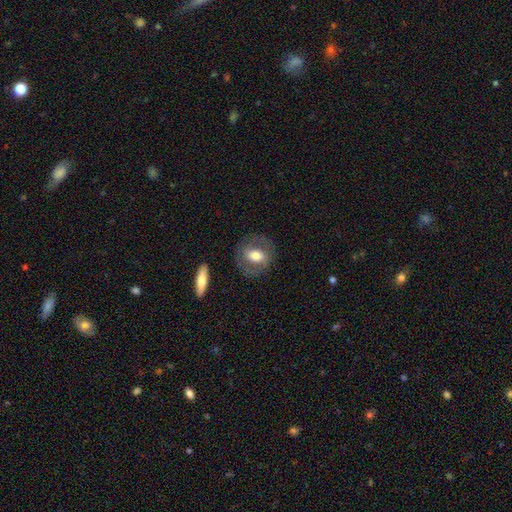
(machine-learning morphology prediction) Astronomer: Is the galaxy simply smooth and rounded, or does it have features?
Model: featured or disk — 48% (runner-up: smooth, 45%).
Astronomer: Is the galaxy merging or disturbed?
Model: none — 78%.